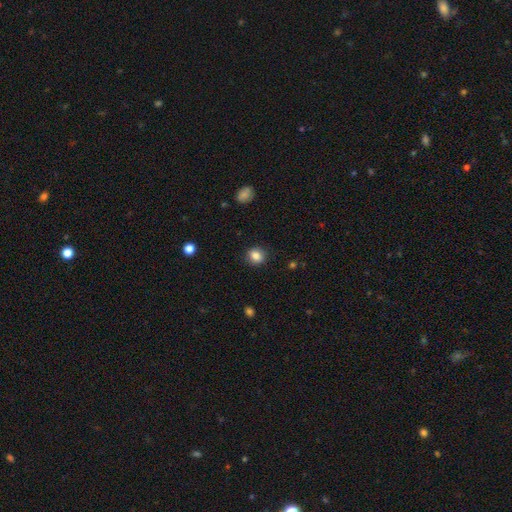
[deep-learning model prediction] Morphology: type=smooth (84%); roundness=round (73%); merging=none (88%).